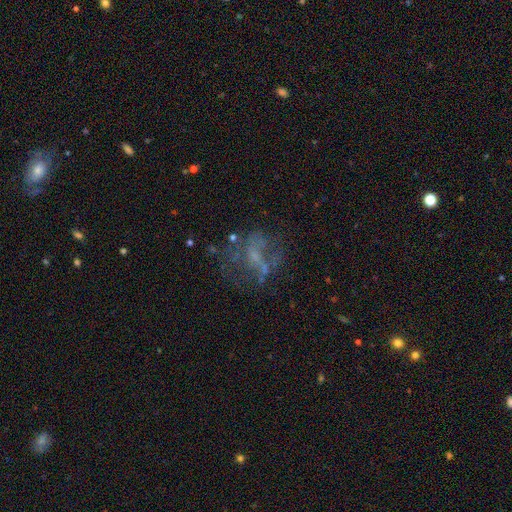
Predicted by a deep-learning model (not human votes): smooth-or-featured: featured or disk: 56% | smooth: 23% | star or artifact: 21%
  disk-edge-on: no: 96% | yes: 4%
    bar: no: 64% | weak: 27% | strong: 9%
    has-spiral-arms: no: 74% | yes: 26%
    bulge-size: none: 50% | small: 33% | moderate: 15% | large: 2% | dominant: 1%
  merging: none: 46% | major disturbance: 30% | minor disturbance: 16% | merger: 7%